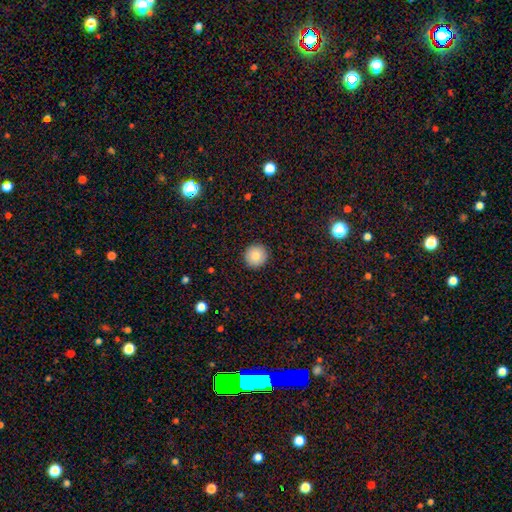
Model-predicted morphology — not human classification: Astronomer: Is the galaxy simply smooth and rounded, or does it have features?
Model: smooth — 84%.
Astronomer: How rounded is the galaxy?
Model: round — 94%.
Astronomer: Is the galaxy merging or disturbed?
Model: none — 92%.